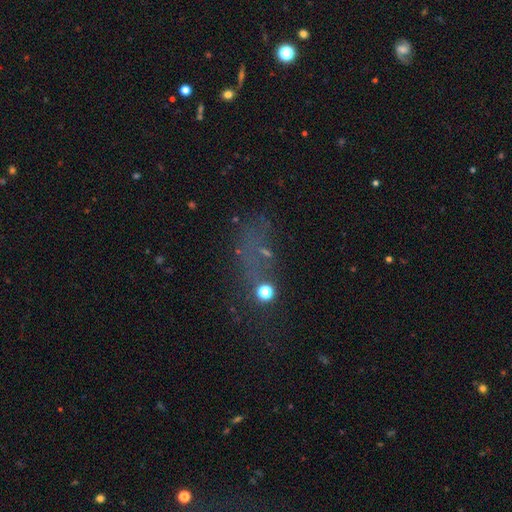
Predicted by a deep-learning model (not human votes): Smooth or featured? Predicted: star or artifact (p=0.44).